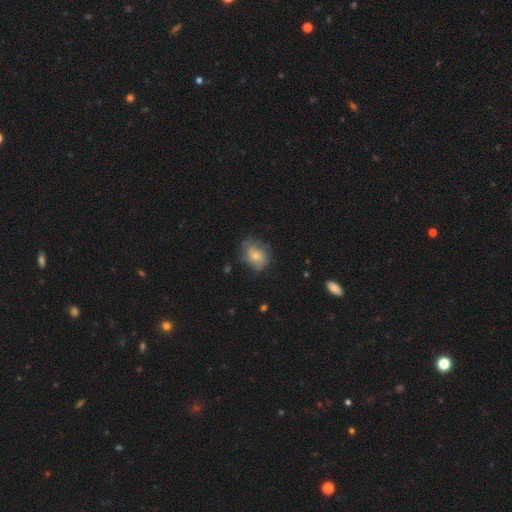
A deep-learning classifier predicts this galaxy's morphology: This appears to be a smooth galaxy with no disk features (68%) that is in between round and cigar-shaped (59%). Merging: none (54%).